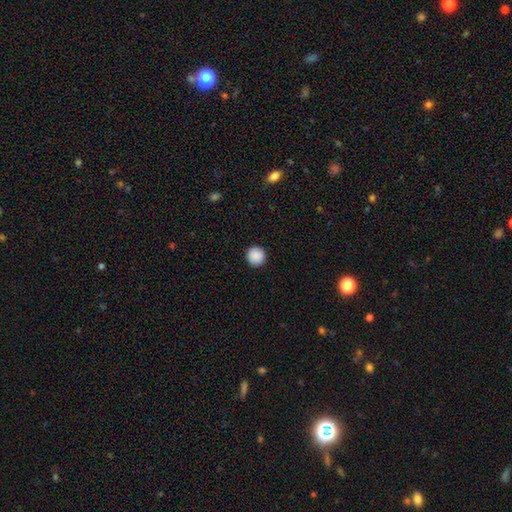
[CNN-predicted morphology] smooth_or_featured: smooth (p=0.89) [alt: star or artifact p=0.08]
how_rounded: round (p=0.96) [alt: in between p=0.04]
merging: none (p=0.93) [alt: minor disturbance p=0.05]